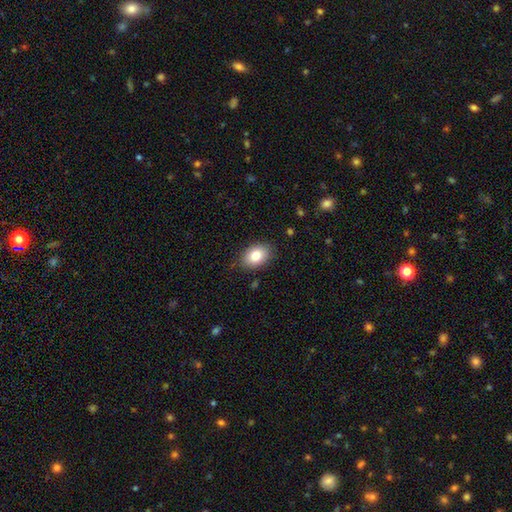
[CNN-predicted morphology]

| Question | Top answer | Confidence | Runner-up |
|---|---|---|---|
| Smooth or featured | smooth | 82% | featured or disk (10%) |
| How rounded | in between | 83% | round (16%) |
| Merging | none | 84% | minor disturbance (12%) |